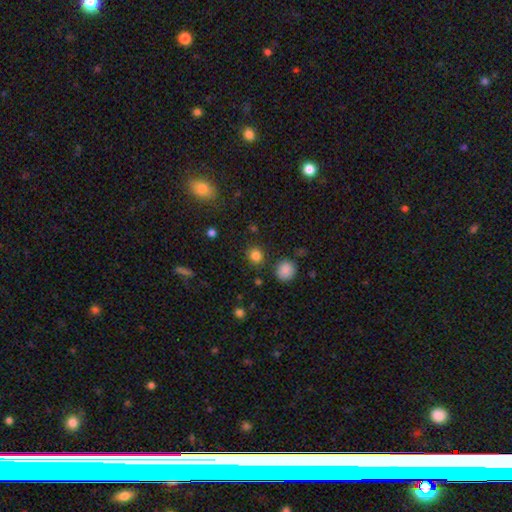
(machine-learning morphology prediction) smooth 83%, star or artifact 12%, featured or disk 4%. Down the decision tree: how rounded — round (84%); merging — none (85%).